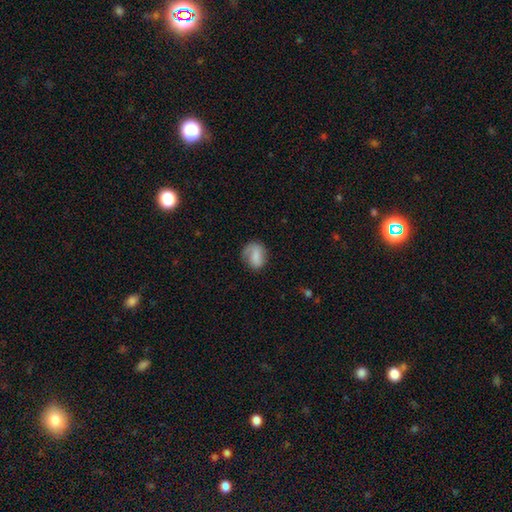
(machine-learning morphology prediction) A smooth galaxy with no disk features (62%) that is round (49%, tied with in between).

Vote fractions:
- Smooth or featured? smooth: 62% / featured or disk: 30% / star or artifact: 8%
- How rounded? round: 49% (tied) / in between: 49% (tied) / cigar-shaped: 2%
- Merging? none: 59% / minor disturbance: 25% / major disturbance: 14% / merger: 2%